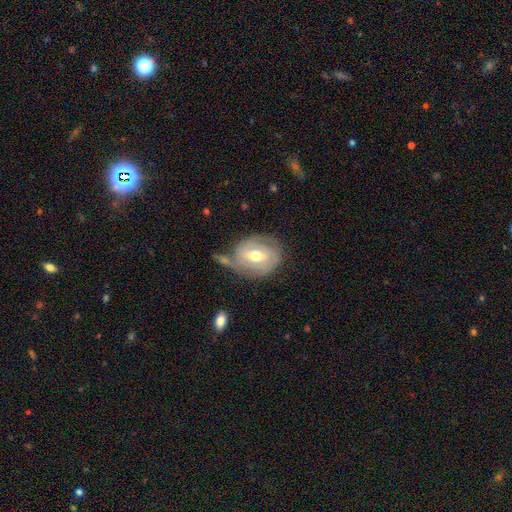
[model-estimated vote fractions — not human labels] A featured or disk galaxy (66%) with a weak bar (49%), spiral arms (77%) and a moderate central bulge (75%).

Vote fractions:
- Smooth or featured? featured or disk: 66% / smooth: 27% / star or artifact: 7%
- Edge-on disk? no: 95% / yes: 5%
- Bar? weak: 49% / no: 29% / strong: 22%
- Spiral arms? yes: 77% / no: 23%
- Bulge size? moderate: 75% / small: 17% / large: 6% / dominant: 1% / none: 1%
- Merging? none: 56% / minor disturbance: 23% / major disturbance: 11% / merger: 11%